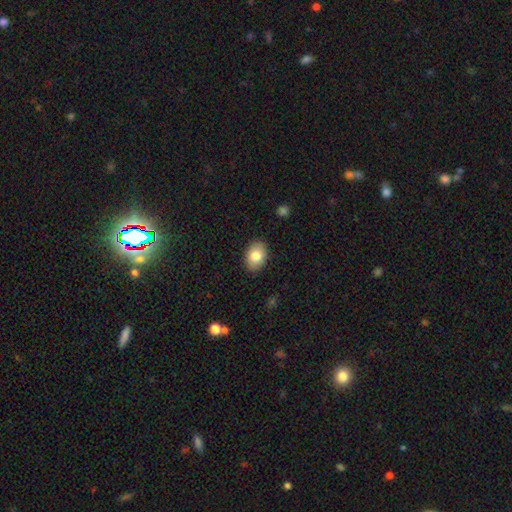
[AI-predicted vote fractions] This appears to be a smooth galaxy with no disk features (82%) that is in between round and cigar-shaped (79%). Merging: none (88%).